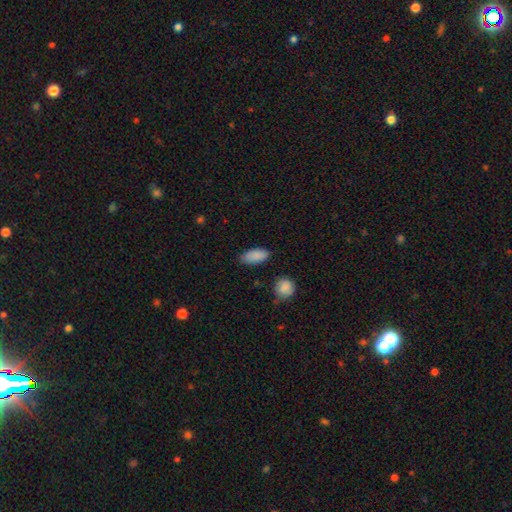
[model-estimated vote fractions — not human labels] A smooth galaxy with no disk features (88%) that is in between round and cigar-shaped (90%).

Vote fractions:
- Smooth or featured? smooth: 88% / star or artifact: 7% / featured or disk: 5%
- How rounded? in between: 90% / cigar-shaped: 8% / round: 3%
- Merging? none: 80% / minor disturbance: 14% / major disturbance: 3% / merger: 2%